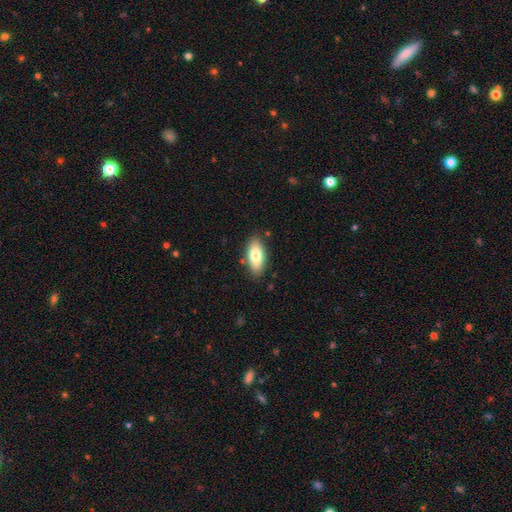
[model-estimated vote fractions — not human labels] Smooth or featured? smooth (77%)
How rounded? in between (86%)
Merging? none (85%)